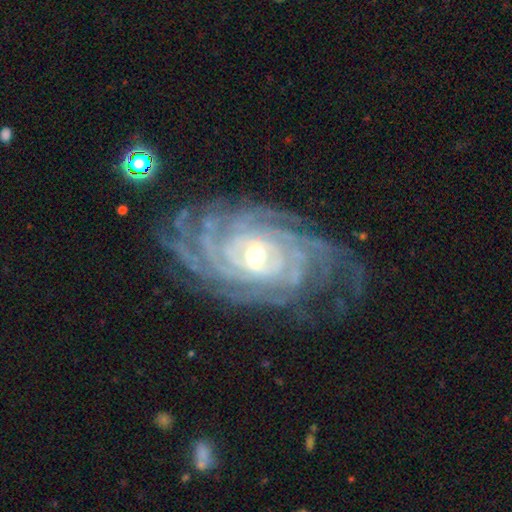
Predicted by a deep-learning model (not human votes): Overall: featured or disk (91%). Edge-on disk: no (96%). Bar: no (49%; weak 34%). Spiral arms: yes (98%). Spiral arm count: can't tell (25%; more than 4 22%). Spiral winding: tight (81%). Bulge size: moderate (59%; small 35%). Merging: none (72%).